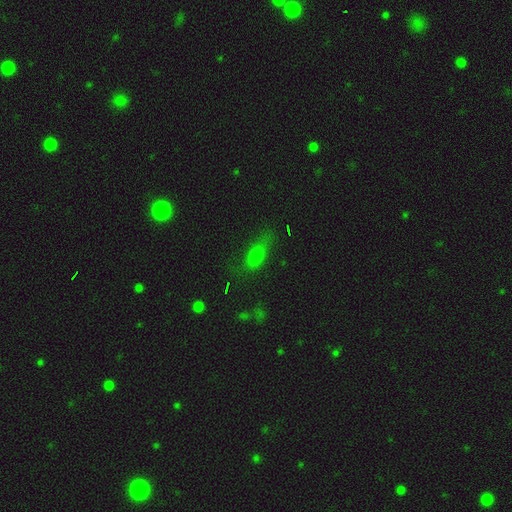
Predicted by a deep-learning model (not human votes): A smooth galaxy with no disk features (67%) that is in between round and cigar-shaped (67%). Merging: none (66%).